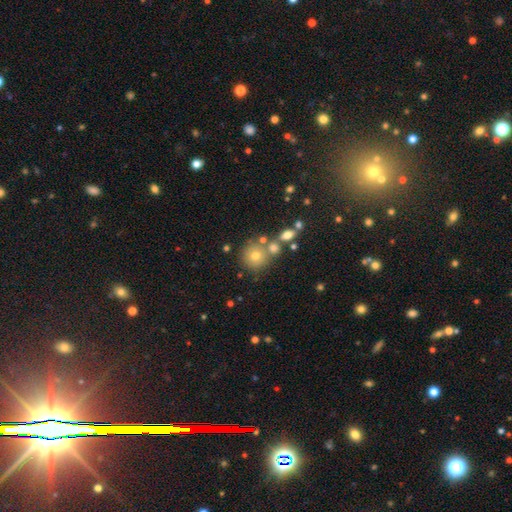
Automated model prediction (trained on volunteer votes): Overall: smooth (66%). How rounded: round (91%). Merging: none (68%).